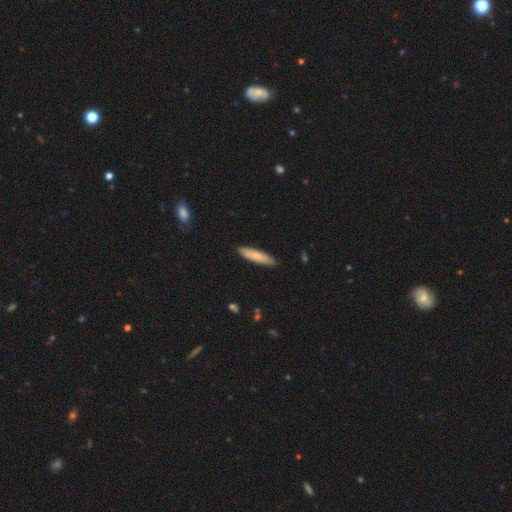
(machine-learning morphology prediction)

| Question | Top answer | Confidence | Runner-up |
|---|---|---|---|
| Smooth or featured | smooth | 76% | featured or disk (19%) |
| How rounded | cigar-shaped | 80% | in between (18%) |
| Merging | none | 89% | minor disturbance (9%) |